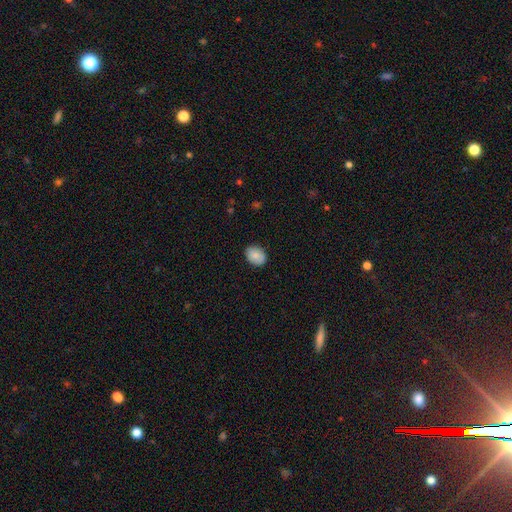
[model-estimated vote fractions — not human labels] A smooth galaxy with no disk features (83%) that is in between round and cigar-shaped (62%).

Vote fractions:
- Smooth or featured? smooth: 83% / featured or disk: 10% / star or artifact: 7%
- How rounded? in between: 62% / round: 37% / cigar-shaped: 1%
- Merging? none: 86% / minor disturbance: 11% / major disturbance: 2% / merger: 1%